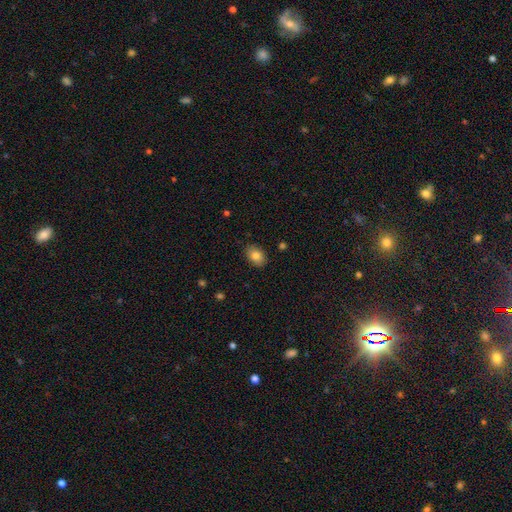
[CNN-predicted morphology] Smooth or featured? Predicted: smooth (p=0.81). How rounded? Predicted: in between (p=0.79). Merging? Predicted: none (p=0.87).